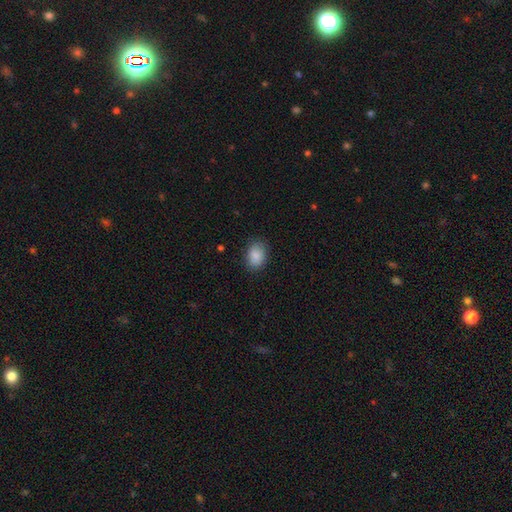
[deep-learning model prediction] Q: Smooth or featured?
A: smooth (87%); runner-up: star or artifact (7%)
Q: How rounded?
A: in between (75%); runner-up: round (24%)
Q: Merging?
A: none (85%); runner-up: minor disturbance (12%)